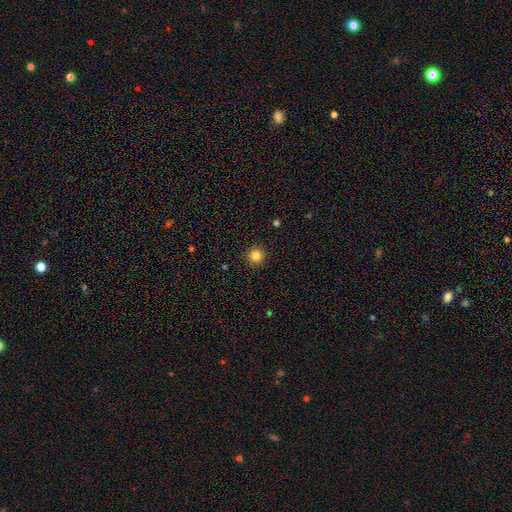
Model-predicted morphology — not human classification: Smooth or featured? smooth (83%)
How rounded? round (95%)
Merging? none (92%)